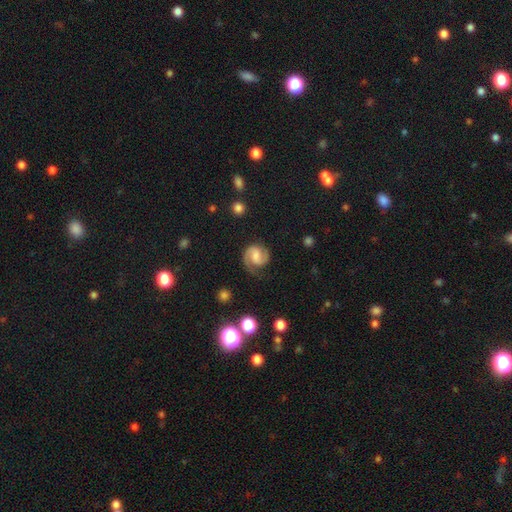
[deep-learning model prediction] This appears to be a featured or disk galaxy (84%) with a weak bar (50%), 2 (90%) medium (54%) spiral arms (97%) and a moderate central bulge (34%). Merging: none (76%).